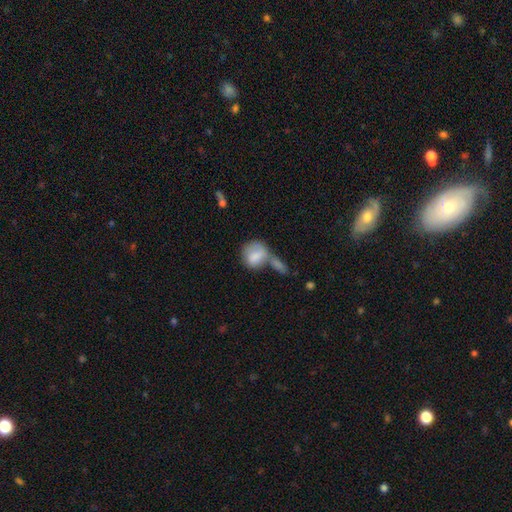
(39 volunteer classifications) Smooth or featured: smooth — 67% (featured or disk — 31%)
How rounded: round — 73% (in between — 27%)
Merging: merger — 47% (none — 18%)